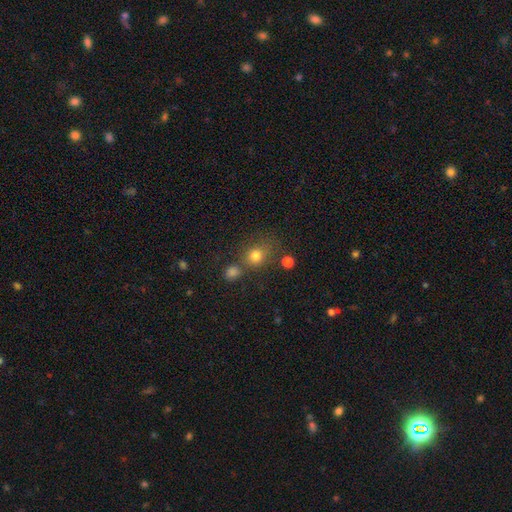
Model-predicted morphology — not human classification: Smooth or featured?
  - smooth: 77% *
  - star or artifact: 15%
  - featured or disk: 8%
How rounded?
  - round: 72% *
  - in between: 26%
  - cigar-shaped: 1%
Merging?
  - none: 59% *
  - merger: 18%
  - minor disturbance: 15%
  - major disturbance: 8%